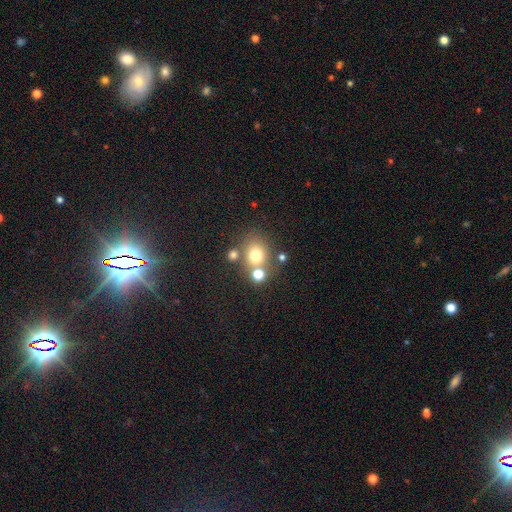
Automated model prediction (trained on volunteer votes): smooth_or_featured: smooth (p=0.71) [alt: star or artifact p=0.17]
how_rounded: round (p=0.74) [alt: in between p=0.25]
merging: none (p=0.60) [alt: merger p=0.24]